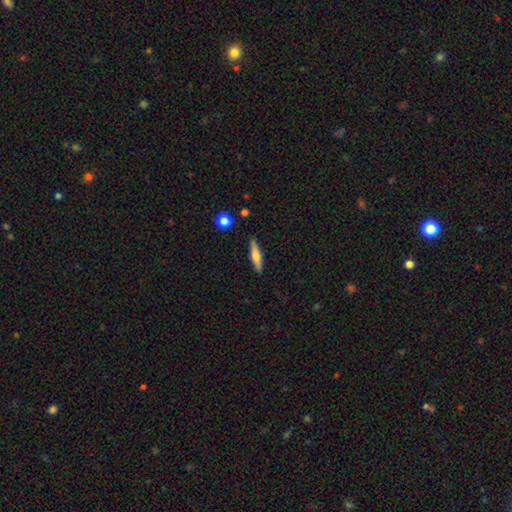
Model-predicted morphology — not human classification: smooth_or_featured: smooth (p=0.57) [alt: featured or disk p=0.36]
how_rounded: cigar-shaped (p=0.81) [alt: in between p=0.17]
merging: none (p=0.87) [alt: minor disturbance p=0.09]